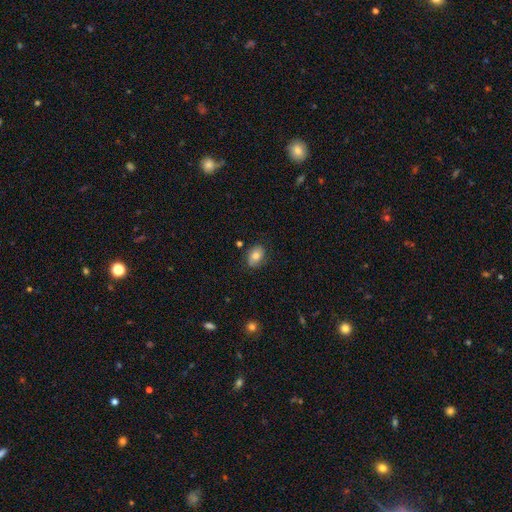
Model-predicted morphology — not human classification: This appears to be a smooth galaxy with no disk features (73%) that is in between round and cigar-shaped (73%). Merging: none (77%).